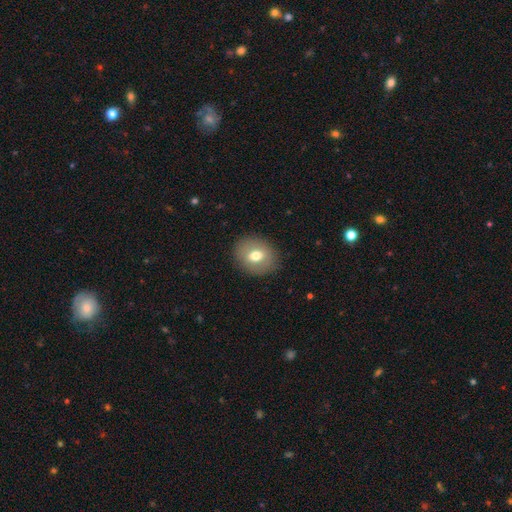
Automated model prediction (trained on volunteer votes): Smooth or featured?
  - smooth: 67% *
  - featured or disk: 24%
  - star or artifact: 9%
How rounded?
  - round: 57% *
  - in between: 42%
  - cigar-shaped: 1%
Merging?
  - none: 87% *
  - minor disturbance: 9%
  - major disturbance: 3%
  - merger: 1%